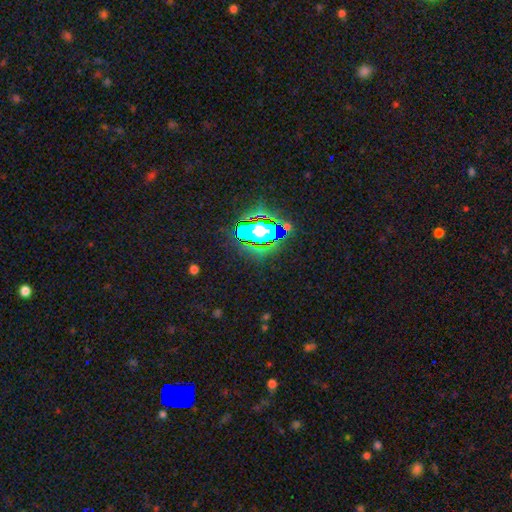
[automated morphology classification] Q: Smooth or featured?
A: star or artifact (81%); runner-up: smooth (12%)